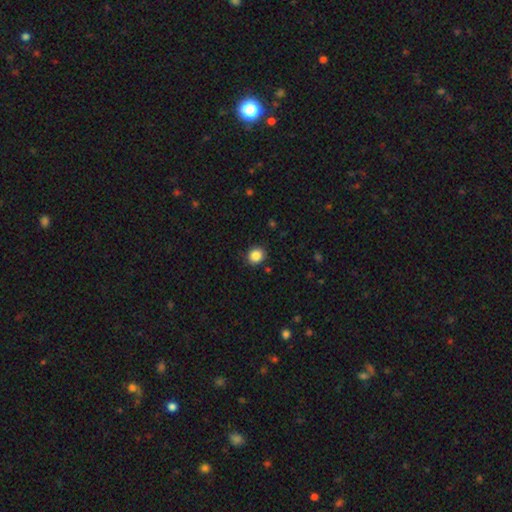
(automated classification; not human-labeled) smooth-or-featured: smooth: 86% | star or artifact: 10% | featured or disk: 4%
  how-rounded: round: 84% | in between: 15% | cigar-shaped: 1%
  merging: none: 90% | minor disturbance: 7% | major disturbance: 2% | merger: 1%